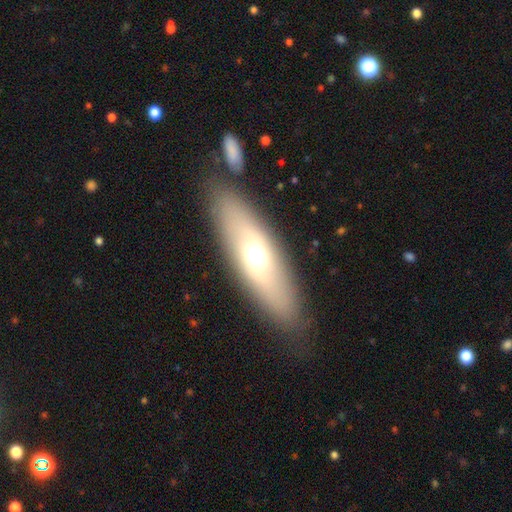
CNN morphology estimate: The model was most divided on "how rounded": in between: 51%, cigar-shaped: 46%, round: 3%. More confident: merging — none (80%); smooth or featured — smooth (53%).